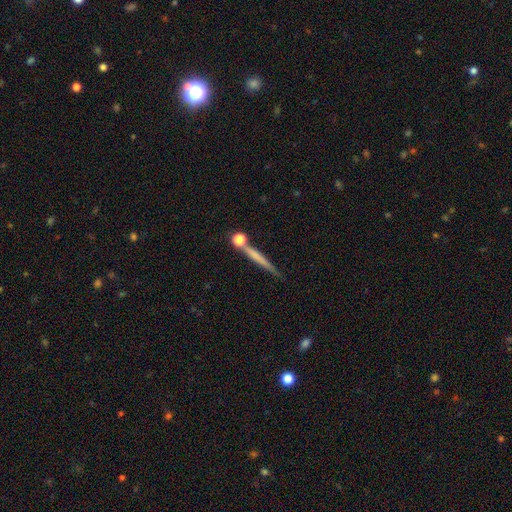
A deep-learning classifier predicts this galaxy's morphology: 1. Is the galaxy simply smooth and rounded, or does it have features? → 53% smooth, 38% featured or disk, 9% star or artifact.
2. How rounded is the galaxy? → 87% cigar-shaped, 8% round, 6% in between.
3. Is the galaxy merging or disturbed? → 71% none, 13% merger, 12% minor disturbance, 4% major disturbance.